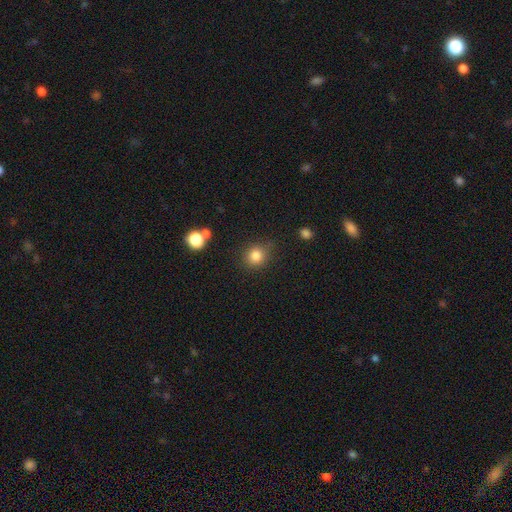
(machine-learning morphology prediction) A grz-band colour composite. It shows a smooth galaxy with no disk features (83%) that is round (83%). Merging: none (79%).